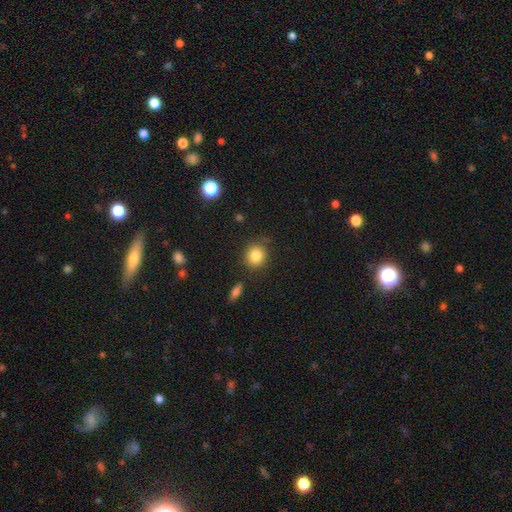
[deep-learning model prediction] Overall: smooth (84%). How rounded: round (82%). Merging: none (82%).